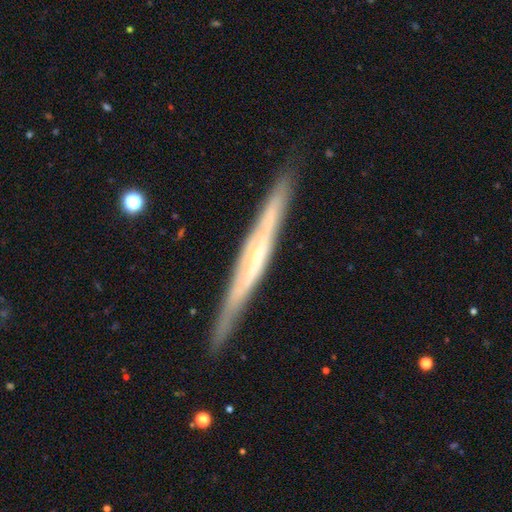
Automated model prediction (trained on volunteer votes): Smooth or featured?
  - featured or disk: 76% *
  - smooth: 18%
  - star or artifact: 6%
Edge-on disk?
  - yes: 94% *
  - no: 6%
Edge-on bulge?
  - none: 49% *
  - rounded: 37%
  - boxy: 14%
Merging?
  - none: 87% *
  - minor disturbance: 10%
  - major disturbance: 2%
  - merger: 1%